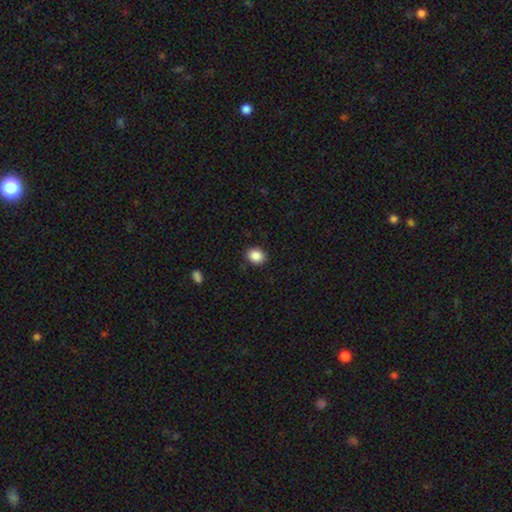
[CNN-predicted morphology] A smooth galaxy with no disk features (87%) that is round (58%). Merging: none (89%).